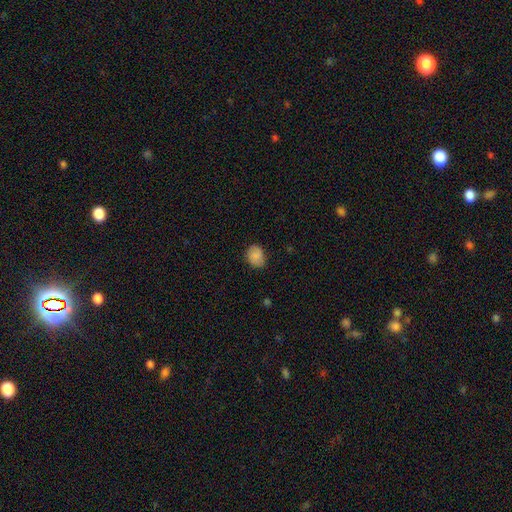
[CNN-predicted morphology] A smooth galaxy with no disk features (83%) that is in between round and cigar-shaped (54%).

Vote fractions:
- Smooth or featured? smooth: 83% / star or artifact: 9% / featured or disk: 8%
- How rounded? in between: 54% / round: 45% / cigar-shaped: 1%
- Merging? none: 72% / minor disturbance: 23% / major disturbance: 4% / merger: 1%